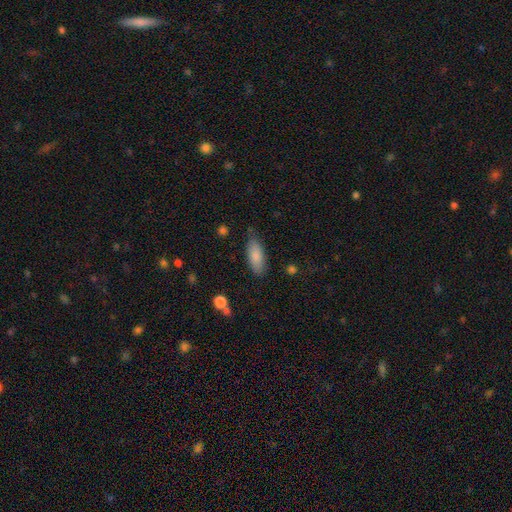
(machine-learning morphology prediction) Smooth or featured? Predicted: smooth (p=0.85). How rounded? Predicted: in between (p=0.78). Merging? Predicted: none (p=0.78).